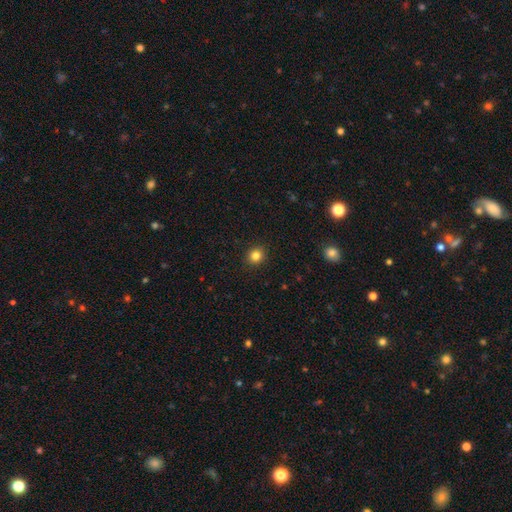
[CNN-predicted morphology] Smooth or featured?
  - smooth: 83% *
  - star or artifact: 12%
  - featured or disk: 5%
How rounded?
  - round: 83% *
  - in between: 16%
  - cigar-shaped: 1%
Merging?
  - none: 91% *
  - minor disturbance: 6%
  - major disturbance: 2%
  - merger: 1%